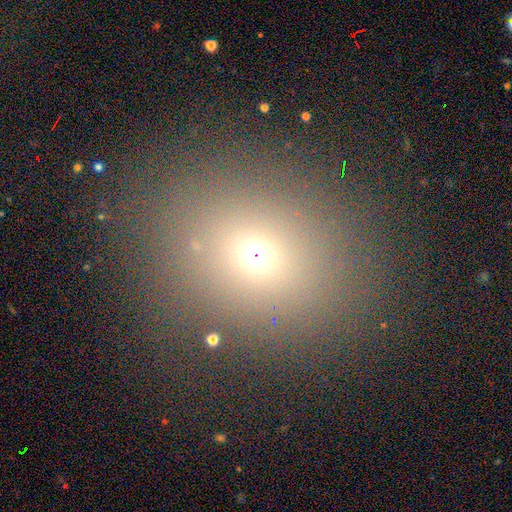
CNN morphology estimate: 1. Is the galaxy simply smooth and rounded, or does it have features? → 64% smooth, 25% star or artifact, 10% featured or disk.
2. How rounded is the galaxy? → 59% round, 40% in between, 1% cigar-shaped.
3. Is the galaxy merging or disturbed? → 82% none, 10% minor disturbance, 5% major disturbance, 4% merger.